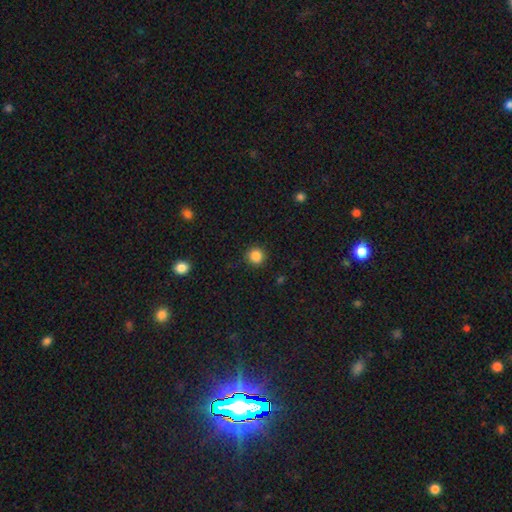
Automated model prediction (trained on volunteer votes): A smooth galaxy with no disk features (86%) that is round (94%). Merging: none (91%).